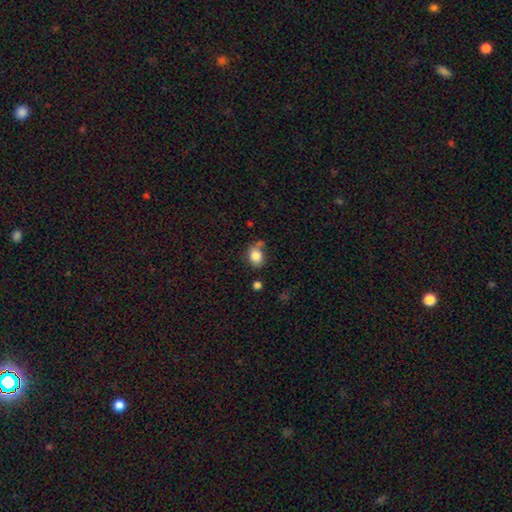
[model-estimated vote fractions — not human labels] The model was most divided on "how rounded": in between: 55%, round: 44%, cigar-shaped: 1%. More confident: smooth or featured — smooth (83%); merging — none (57%).